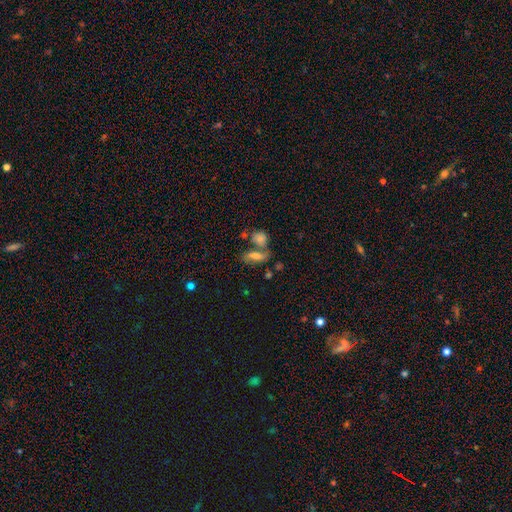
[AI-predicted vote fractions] Smooth or featured? smooth (50%)
How rounded? in between (68%)
Merging? none (47%)